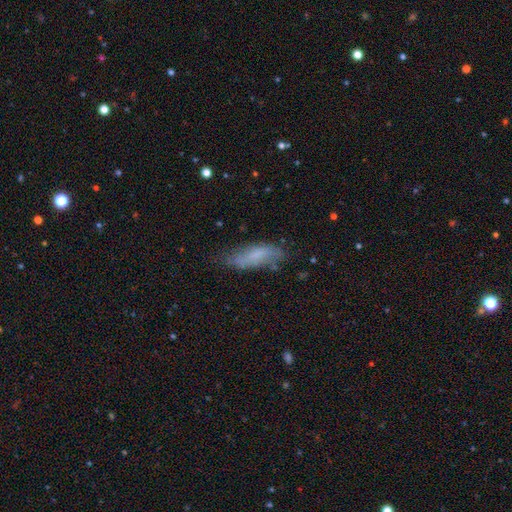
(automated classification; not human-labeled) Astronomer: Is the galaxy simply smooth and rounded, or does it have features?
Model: smooth — 65%.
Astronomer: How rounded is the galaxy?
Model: in between — 50% (runner-up: cigar-shaped, 48%).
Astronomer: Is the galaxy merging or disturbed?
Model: none — 59%.